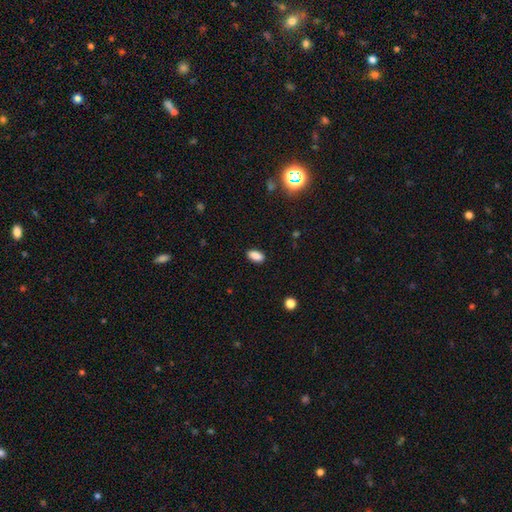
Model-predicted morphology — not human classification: Smooth or featured? Predicted: smooth (p=0.88). How rounded? Predicted: in between (p=0.91). Merging? Predicted: none (p=0.88).